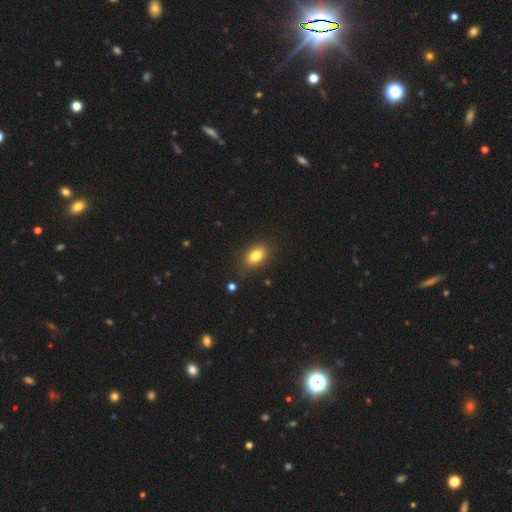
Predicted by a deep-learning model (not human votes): Smooth or featured? smooth (81%)
How rounded? in between (84%)
Merging? none (84%)